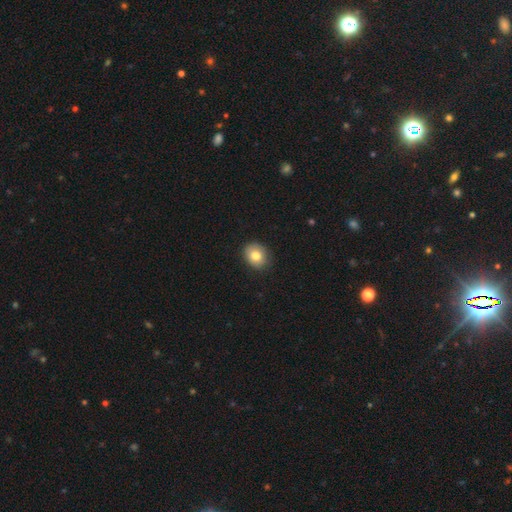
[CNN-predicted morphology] Smooth or featured? smooth (80%)
How rounded? round (54%)
Merging? none (85%)